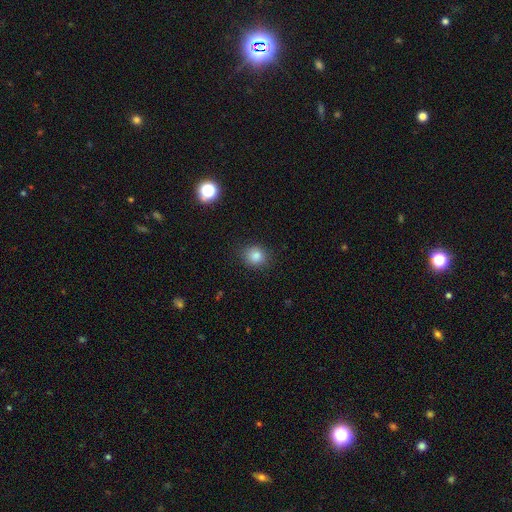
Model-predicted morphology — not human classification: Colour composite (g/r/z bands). It shows a smooth galaxy with no disk features (84%) that is round (79%). Merging: none (86%).